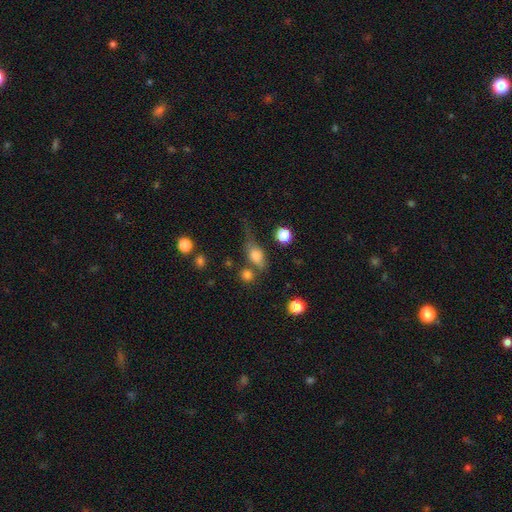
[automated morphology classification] This is likely a smooth galaxy (70%). How rounded: likely in between (66%). Merging: marginally none (45%).